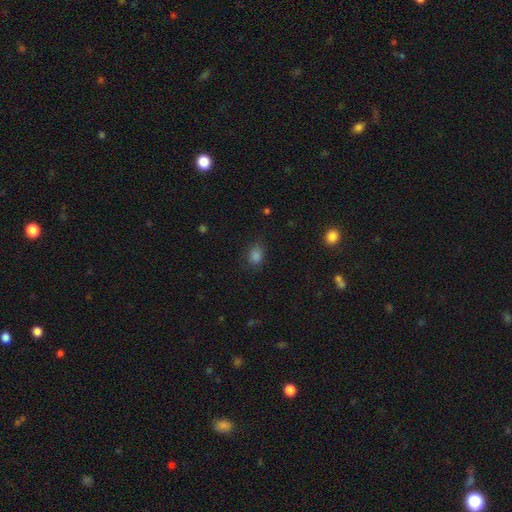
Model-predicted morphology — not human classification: Q: Smooth or featured?
A: smooth (82%); runner-up: star or artifact (14%)
Q: How rounded?
A: in between (61%); runner-up: round (37%)
Q: Merging?
A: none (77%); runner-up: minor disturbance (17%)